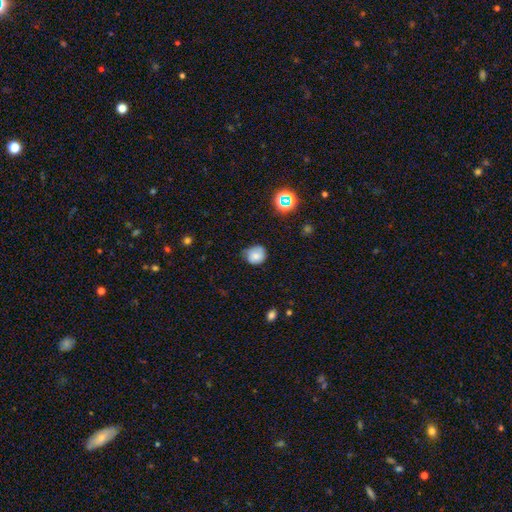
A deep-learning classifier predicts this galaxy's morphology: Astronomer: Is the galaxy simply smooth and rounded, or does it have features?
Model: smooth — 75%.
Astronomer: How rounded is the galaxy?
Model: round — 80%.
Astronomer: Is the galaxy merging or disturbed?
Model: none — 58% (runner-up: minor disturbance, 34%).